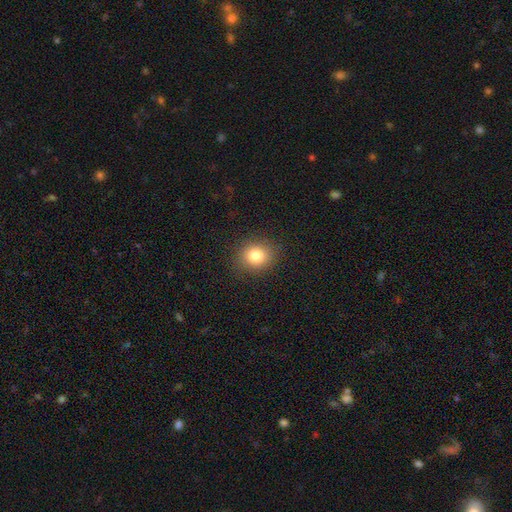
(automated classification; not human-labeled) Morphology: type=smooth (81%); roundness=round (74%); merging=none (89%).